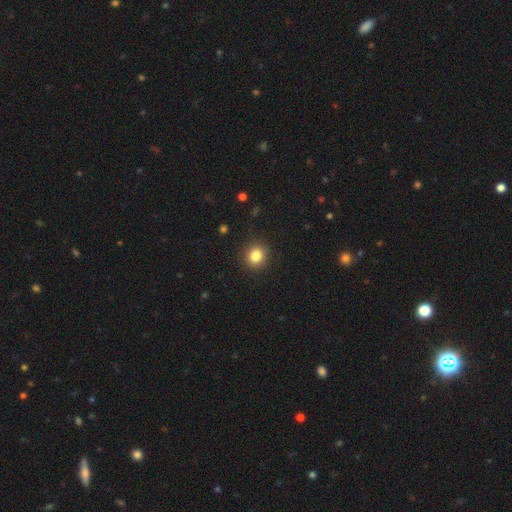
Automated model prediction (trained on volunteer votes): Smooth or featured? Predicted: smooth (p=0.84). How rounded? Predicted: round (p=0.85). Merging? Predicted: none (p=0.91).